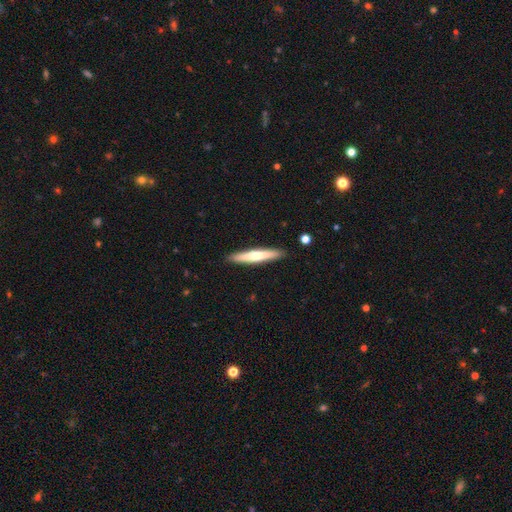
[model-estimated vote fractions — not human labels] Overall: smooth (55%; featured or disk 40%). How rounded: cigar-shaped (91%). Merging: none (90%).